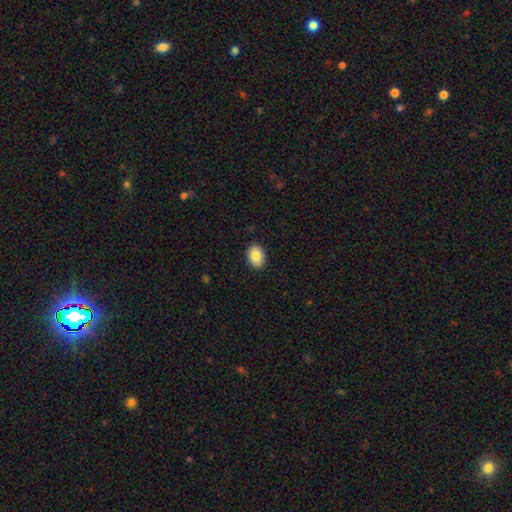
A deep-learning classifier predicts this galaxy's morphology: A smooth galaxy with no disk features (85%) that is in between round and cigar-shaped (78%). Merging: none (89%).